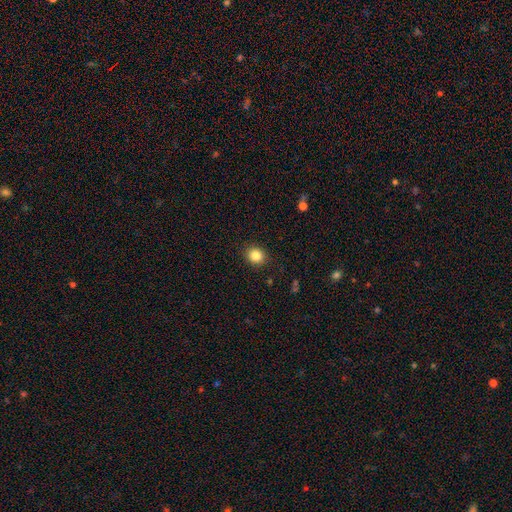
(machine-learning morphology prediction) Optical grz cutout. It shows a smooth galaxy with no disk features (84%) that is round (72%). Merging: none (90%).